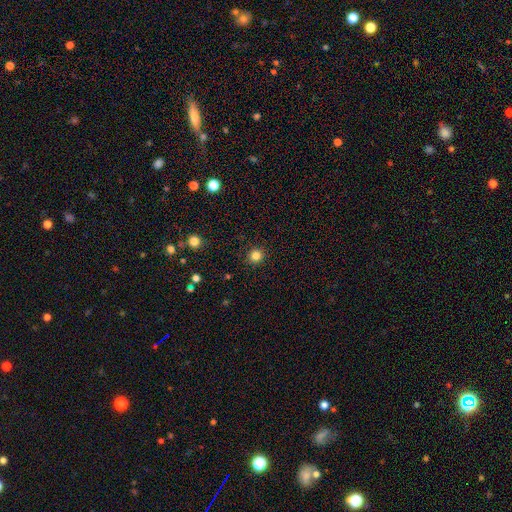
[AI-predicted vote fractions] smooth 82%, star or artifact 13%, featured or disk 4%. Down the decision tree: how rounded — round (93%); merging — none (92%).